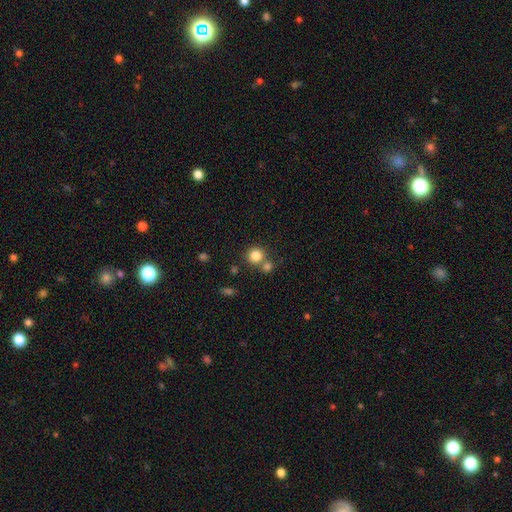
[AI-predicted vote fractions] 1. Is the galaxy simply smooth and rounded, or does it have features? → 83% smooth, 11% star or artifact, 6% featured or disk.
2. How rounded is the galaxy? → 90% round, 9% in between, 1% cigar-shaped.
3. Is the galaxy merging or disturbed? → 64% none, 25% merger, 8% minor disturbance, 3% major disturbance.